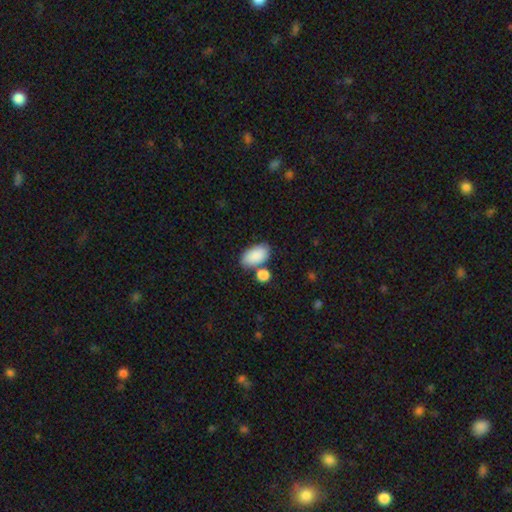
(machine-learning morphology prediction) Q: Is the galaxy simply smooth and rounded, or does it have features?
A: smooth — 88%.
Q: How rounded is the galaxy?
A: in between — 94%.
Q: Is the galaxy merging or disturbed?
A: none — 64%.